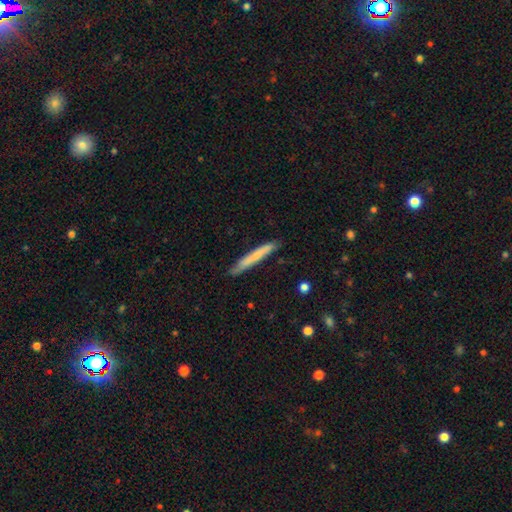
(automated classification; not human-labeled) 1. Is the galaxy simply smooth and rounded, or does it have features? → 66% smooth, 29% featured or disk, 6% star or artifact.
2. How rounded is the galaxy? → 96% cigar-shaped, 3% in between, 1% round.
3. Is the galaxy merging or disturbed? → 85% none, 12% minor disturbance, 2% major disturbance, 1% merger.